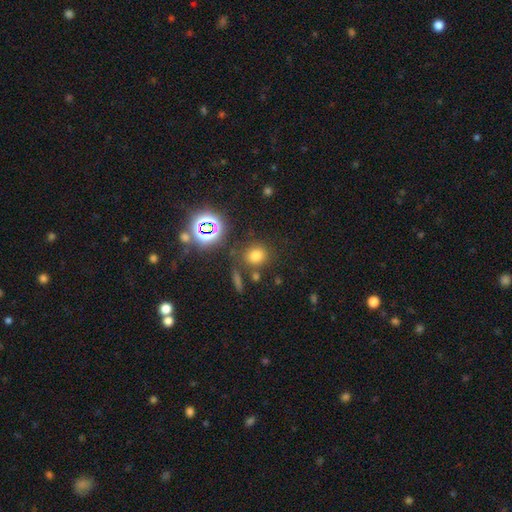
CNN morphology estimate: A smooth galaxy with no disk features (71%) that is round (82%).

Vote fractions:
- Smooth or featured? smooth: 71% / star or artifact: 22% / featured or disk: 7%
- How rounded? round: 82% / in between: 16% / cigar-shaped: 1%
- Merging? none: 79% / minor disturbance: 9% / merger: 7% / major disturbance: 4%